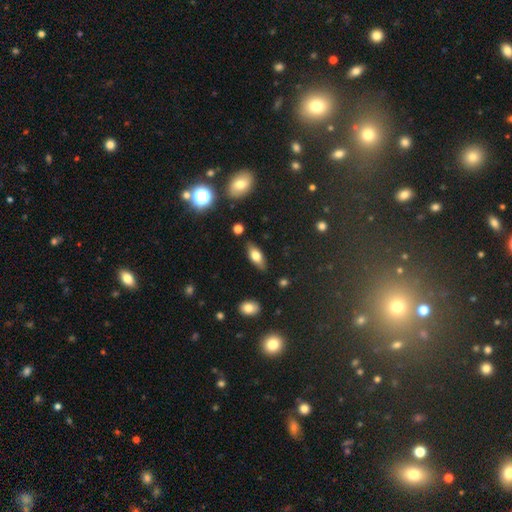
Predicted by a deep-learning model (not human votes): Overall: smooth (68%). How rounded: in between (79%). Merging: none (83%).